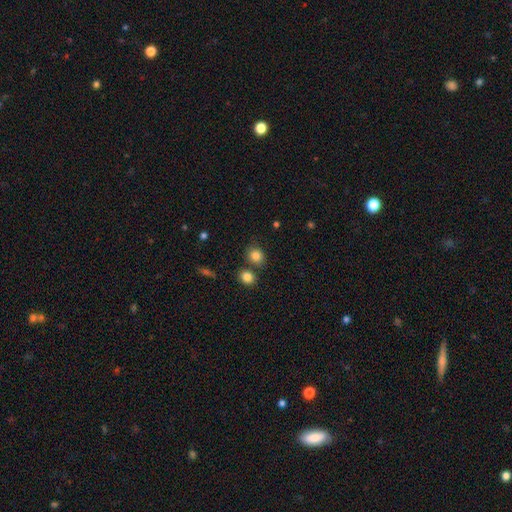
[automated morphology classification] Q: Smooth or featured?
A: smooth (84%); runner-up: star or artifact (11%)
Q: How rounded?
A: round (70%); runner-up: in between (29%)
Q: Merging?
A: none (70%); runner-up: merger (15%)